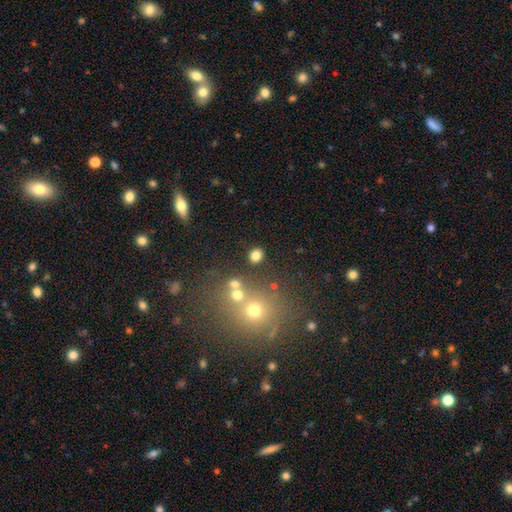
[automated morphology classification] Q: Smooth or featured?
A: smooth (79%); runner-up: star or artifact (15%)
Q: How rounded?
A: round (65%); runner-up: in between (33%)
Q: Merging?
A: none (83%); runner-up: minor disturbance (8%)